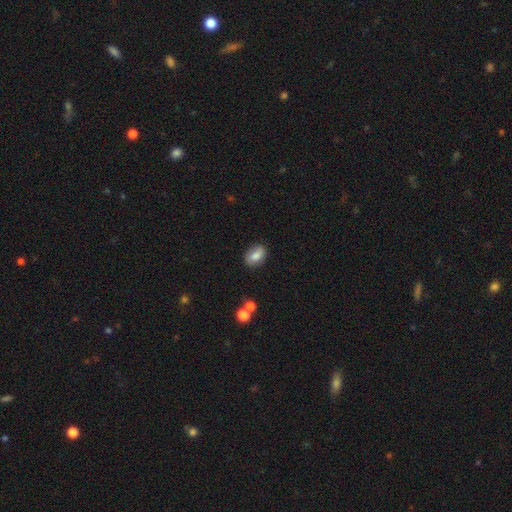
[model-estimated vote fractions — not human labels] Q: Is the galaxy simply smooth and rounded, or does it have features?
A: smooth — 82%.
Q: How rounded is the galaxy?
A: in between — 85%.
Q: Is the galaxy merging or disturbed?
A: none — 83%.